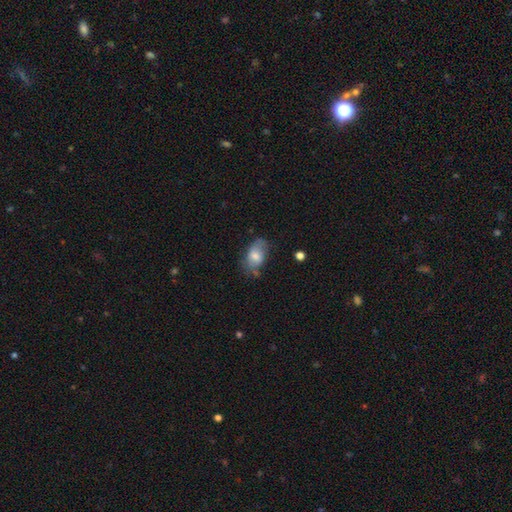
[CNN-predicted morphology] Smooth or featured? smooth (65%)
How rounded? in between (89%)
Merging? none (55%)